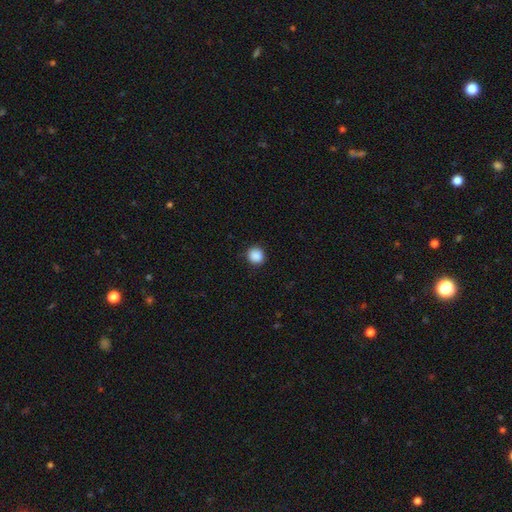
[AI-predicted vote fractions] Q: Smooth or featured?
A: smooth (88%); runner-up: star or artifact (9%)
Q: How rounded?
A: round (93%); runner-up: in between (7%)
Q: Merging?
A: none (90%); runner-up: minor disturbance (7%)